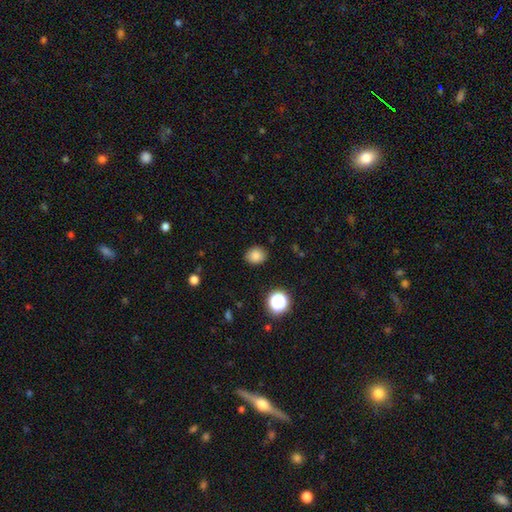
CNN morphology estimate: Smooth or featured? smooth (82%)
How rounded? round (59%)
Merging? none (86%)